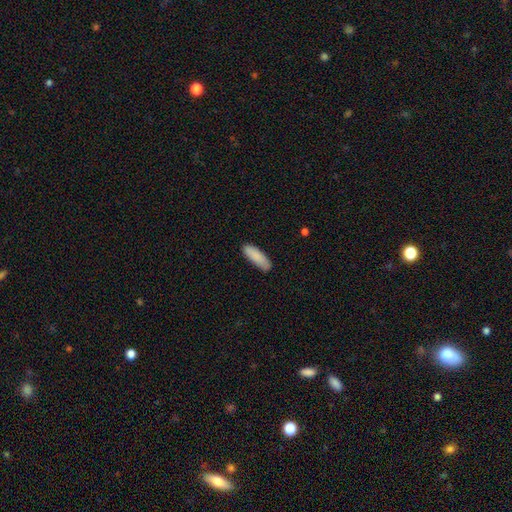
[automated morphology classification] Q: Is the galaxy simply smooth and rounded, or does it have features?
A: smooth — 88%.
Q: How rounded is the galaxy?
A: in between — 51%.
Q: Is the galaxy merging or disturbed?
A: none — 81%.